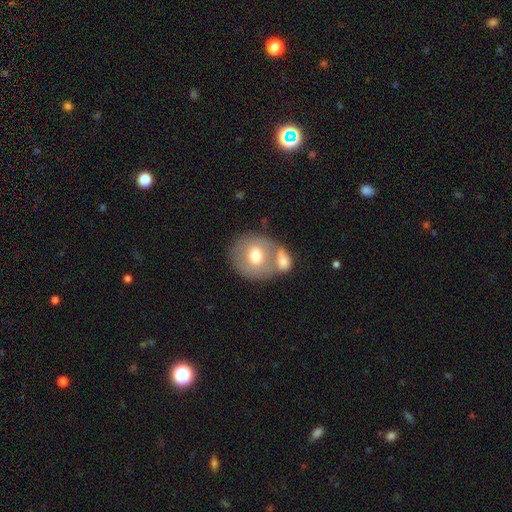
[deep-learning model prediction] A featured or disk galaxy (46%). Merging: none (63%).